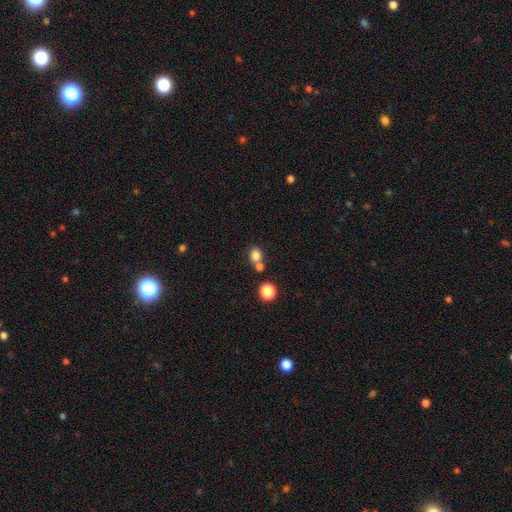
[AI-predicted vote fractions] A smooth galaxy with no disk features (80%) that is round (61%). Merging: none (57%).